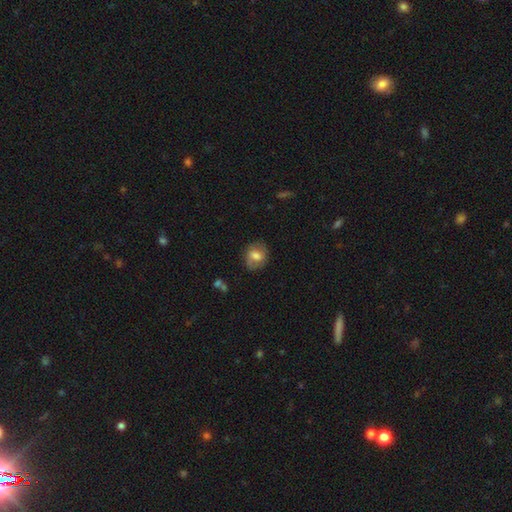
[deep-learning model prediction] Overall: smooth (59%; featured or disk 33%). How rounded: round (57%; in between 41%). Merging: none (73%).